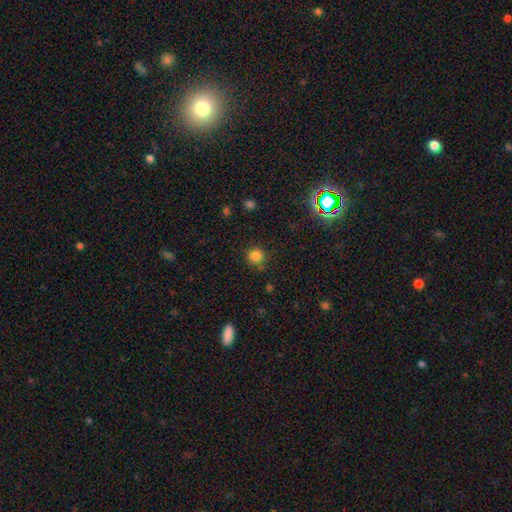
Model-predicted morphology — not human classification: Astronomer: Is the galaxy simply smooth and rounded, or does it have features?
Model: smooth — 81%.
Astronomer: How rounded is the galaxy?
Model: round — 93%.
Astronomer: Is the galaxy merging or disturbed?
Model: none — 82%.